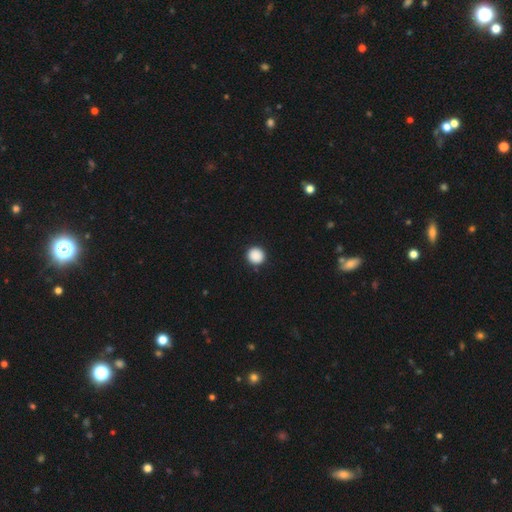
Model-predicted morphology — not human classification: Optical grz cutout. It shows a smooth galaxy with no disk features (89%) that is round (94%). Merging: none (93%).